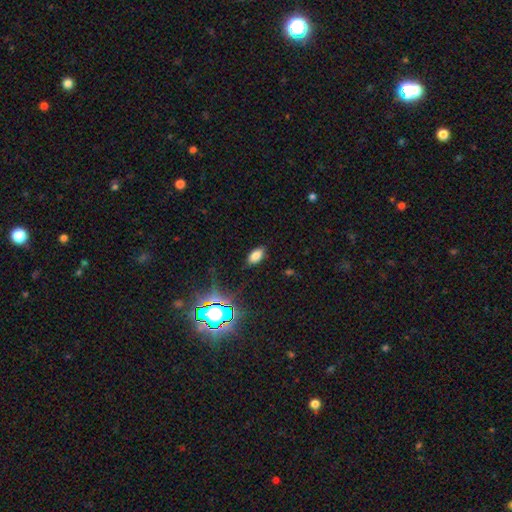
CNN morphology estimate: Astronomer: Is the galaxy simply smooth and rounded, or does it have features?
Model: smooth — 76%.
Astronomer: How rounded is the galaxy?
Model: in between — 92%.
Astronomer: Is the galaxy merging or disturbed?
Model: none — 83%.